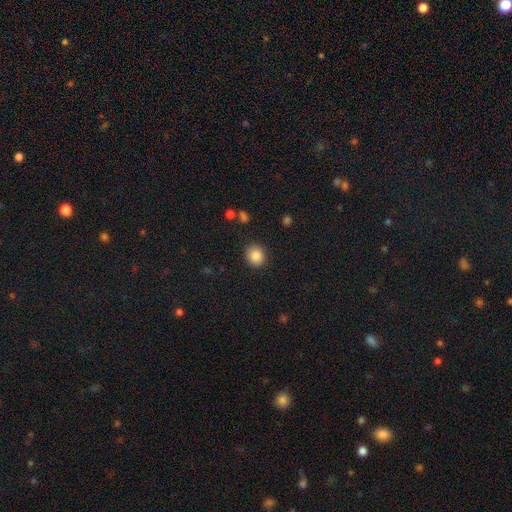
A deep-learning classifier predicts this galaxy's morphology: This appears to be a smooth galaxy with no disk features (86%) that is round (83%). Merging: none (89%).